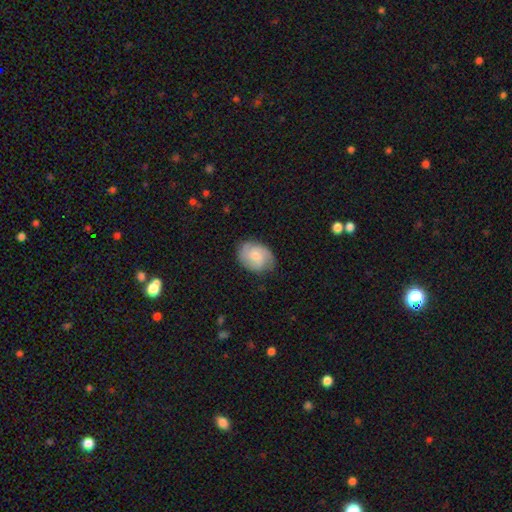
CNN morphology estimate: featured or disk 65%, smooth 29%, star or artifact 6%. Down the decision tree: edge-on disk — no (97%); bar — no (62%); spiral arms — yes (94%); spiral arm count — 2 (45%); spiral winding — medium (46%); bulge size — small (46%); merging — none (74%).